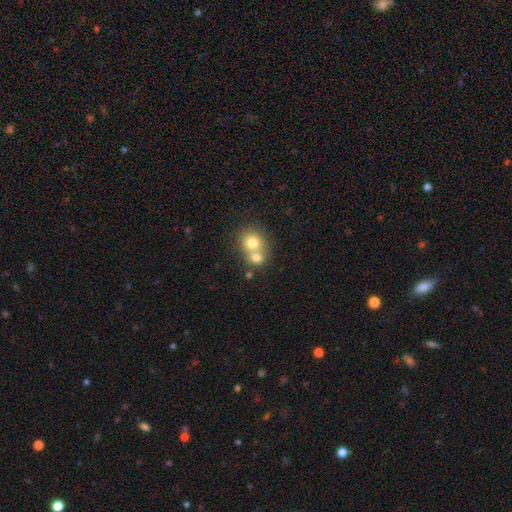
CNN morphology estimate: A smooth galaxy with no disk features (70%) that is round (79%). Merging: merger (58%).